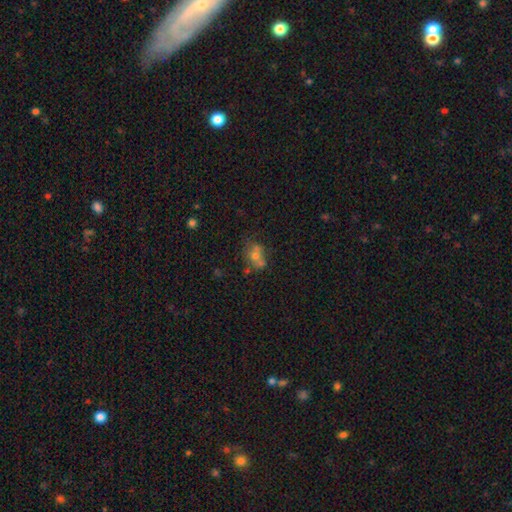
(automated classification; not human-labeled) Overall: smooth (53%; featured or disk 27%). How rounded: round (54%; in between 44%). Merging: none (40%; merger 38%).